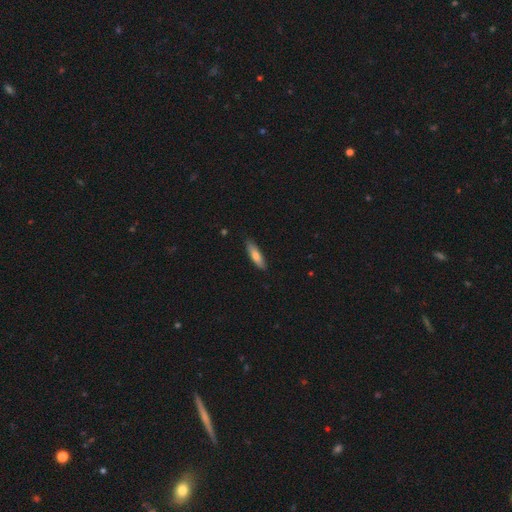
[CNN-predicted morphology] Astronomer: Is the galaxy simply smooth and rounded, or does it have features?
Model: smooth — 74%.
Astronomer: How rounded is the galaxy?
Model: cigar-shaped — 67%.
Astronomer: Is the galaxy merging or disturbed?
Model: none — 85%.